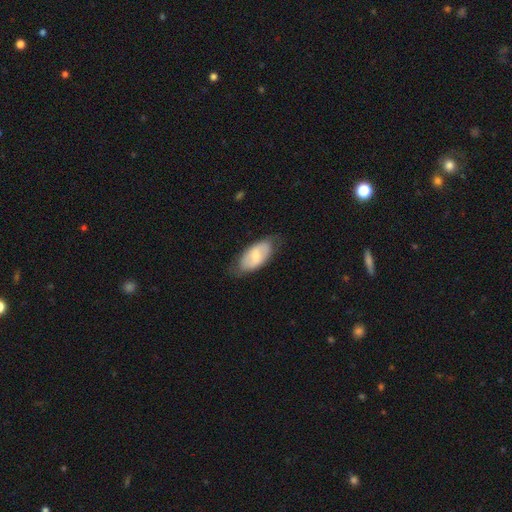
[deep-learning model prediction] Smooth or featured: smooth — 56% (featured or disk — 38%)
How rounded: in between — 93% (cigar-shaped — 4%)
Merging: none — 71% (minor disturbance — 22%)